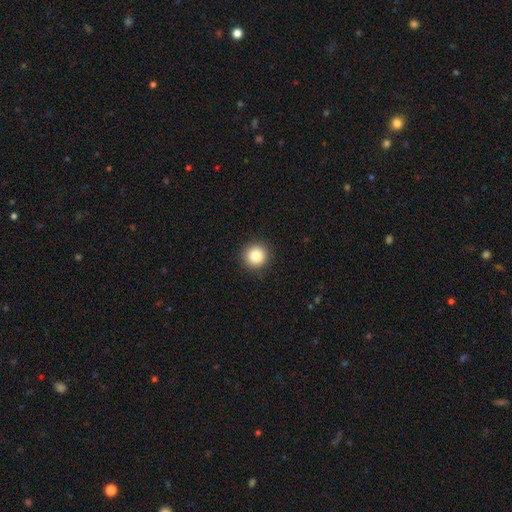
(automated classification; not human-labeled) Q: Smooth or featured?
A: smooth (84%); runner-up: star or artifact (10%)
Q: How rounded?
A: round (94%); runner-up: in between (5%)
Q: Merging?
A: none (92%); runner-up: minor disturbance (5%)